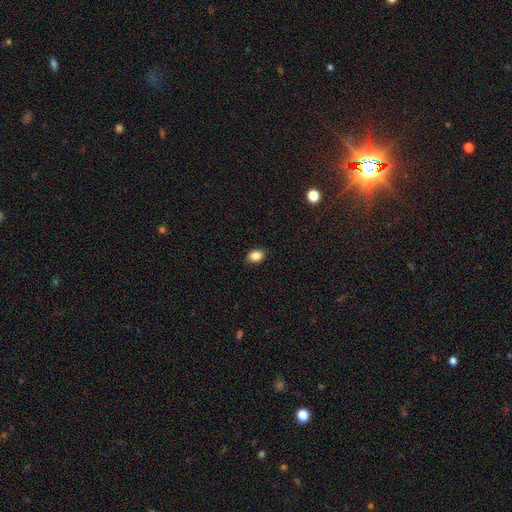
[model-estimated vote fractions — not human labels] Smooth or featured? Predicted: smooth (p=0.88). How rounded? Predicted: in between (p=0.77). Merging? Predicted: none (p=0.87).